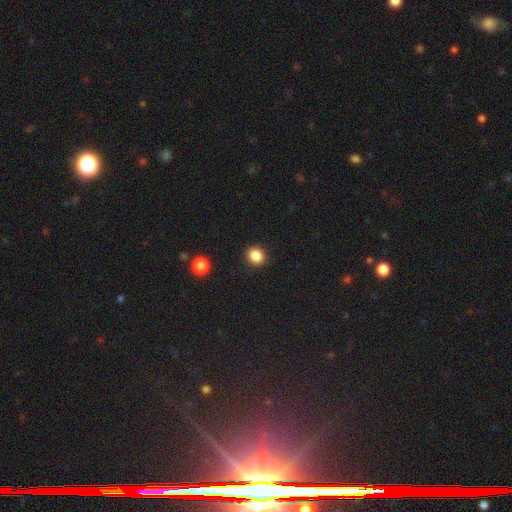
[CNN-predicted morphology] smooth-or-featured: smooth: 85% | star or artifact: 11% | featured or disk: 4%
  how-rounded: round: 81% | in between: 18% | cigar-shaped: 1%
  merging: none: 91% | minor disturbance: 6% | major disturbance: 2% | merger: 1%